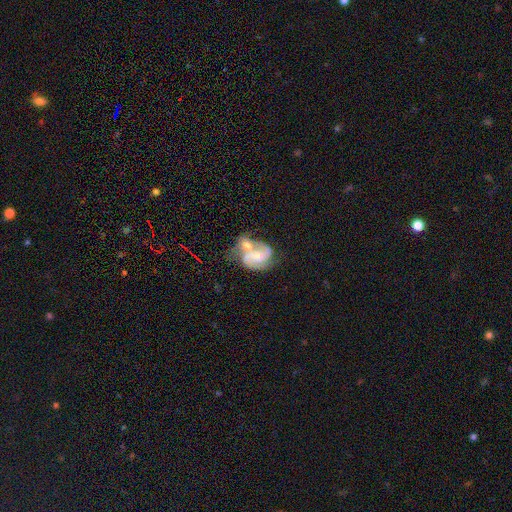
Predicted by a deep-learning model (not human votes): smooth_or_featured: featured or disk (p=0.77) [alt: smooth p=0.16]
disk_edge_on: no (p=0.98) [alt: yes p=0.02]
bar: no (p=0.55) [alt: weak p=0.35]
has_spiral_arms: yes (p=0.91) [alt: no p=0.09]
spiral_winding: medium (p=0.51) [alt: loose p=0.27]
spiral_arm_count: 2 (p=0.81) [alt: can't tell p=0.08]
bulge_size: small (p=0.39) [alt: moderate p=0.29]
merging: merger (p=0.55) [alt: none p=0.21]